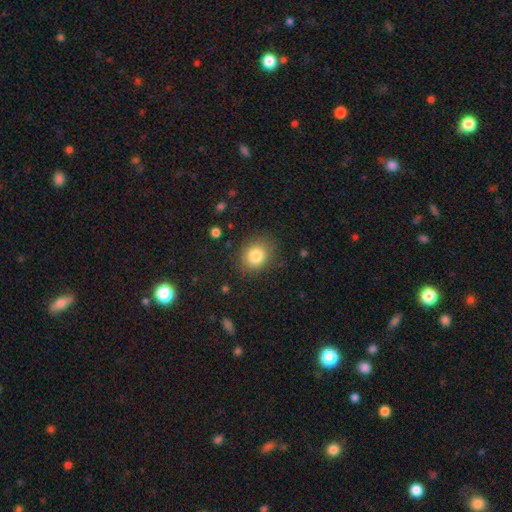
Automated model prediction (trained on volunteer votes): Morphology: type=smooth (83%); roundness=round (62%); merging=none (82%).